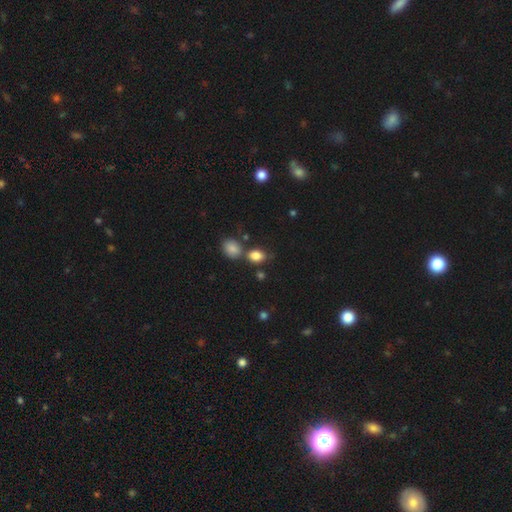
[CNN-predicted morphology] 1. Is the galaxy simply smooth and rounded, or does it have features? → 84% smooth, 11% star or artifact, 6% featured or disk.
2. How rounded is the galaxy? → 71% in between, 27% round, 2% cigar-shaped.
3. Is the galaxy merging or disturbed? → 61% none, 19% merger, 15% minor disturbance, 5% major disturbance.